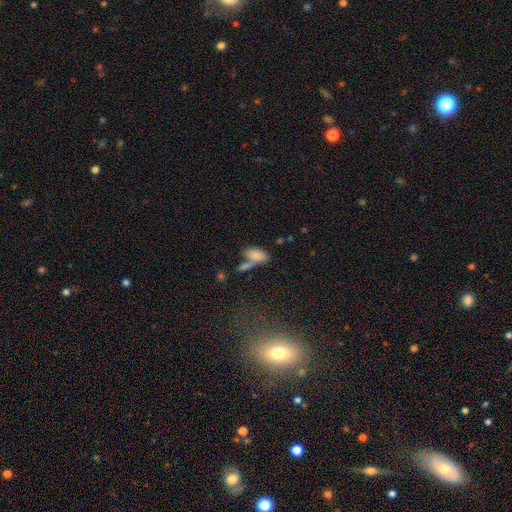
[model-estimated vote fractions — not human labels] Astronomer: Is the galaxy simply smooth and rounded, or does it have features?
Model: smooth — 80%.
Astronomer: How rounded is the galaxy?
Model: in between — 88%.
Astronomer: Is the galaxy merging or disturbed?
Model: merger — 44% (runner-up: none, 36%).